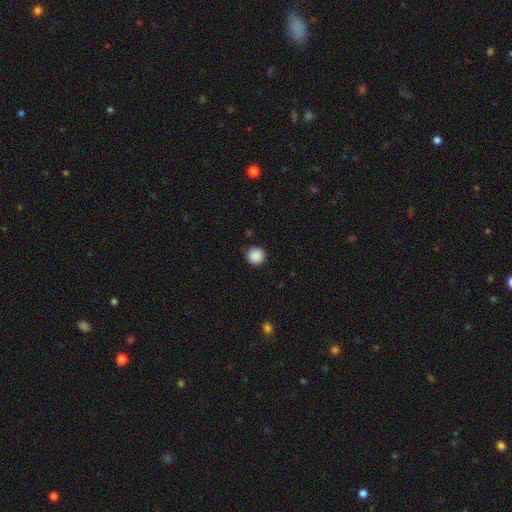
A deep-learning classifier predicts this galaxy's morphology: smooth_or_featured: smooth (p=0.89) [alt: star or artifact p=0.09]
how_rounded: round (p=0.94) [alt: in between p=0.05]
merging: none (p=0.90) [alt: minor disturbance p=0.07]